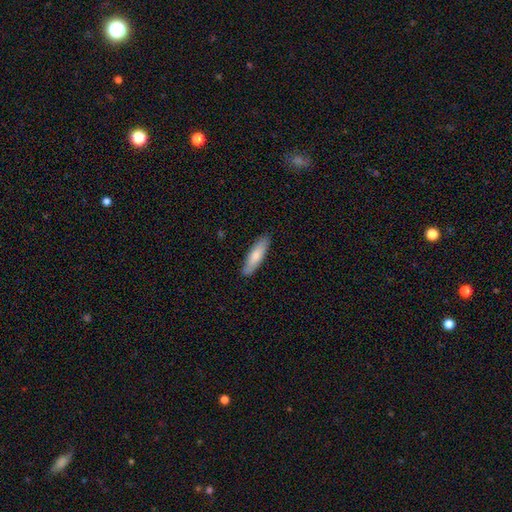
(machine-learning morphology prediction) The model was most divided on "how rounded": cigar-shaped: 66%, in between: 32%, round: 1%. More confident: merging — none (87%); smooth or featured — smooth (77%).